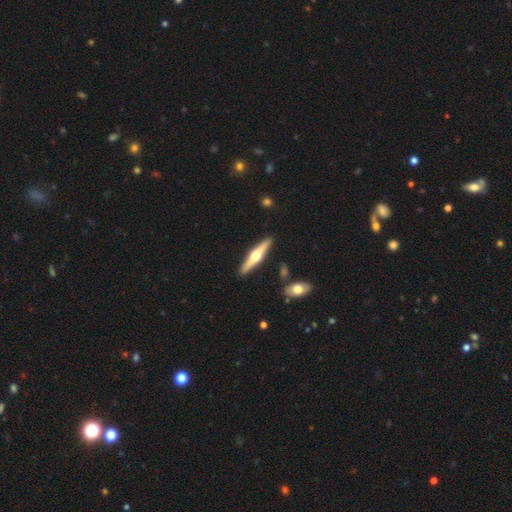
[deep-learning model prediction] smooth_or_featured: featured or disk (p=0.67) [alt: smooth p=0.28]
disk_edge_on: yes (p=0.97) [alt: no p=0.03]
edge_on_bulge: rounded (p=0.95) [alt: boxy p=0.03]
merging: none (p=0.90) [alt: minor disturbance p=0.06]